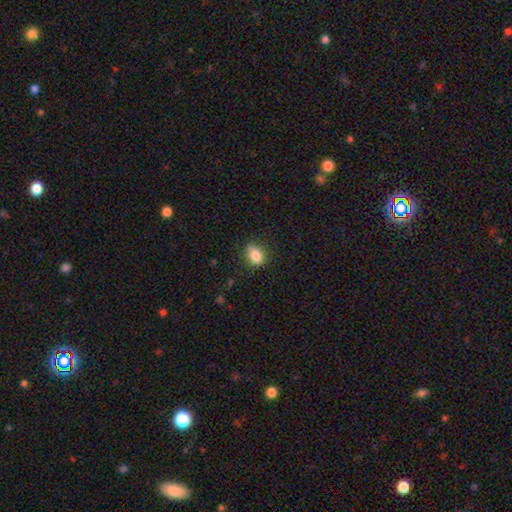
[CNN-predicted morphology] This appears to be a smooth galaxy with no disk features (83%) that is in between round and cigar-shaped (57%). Merging: none (75%).